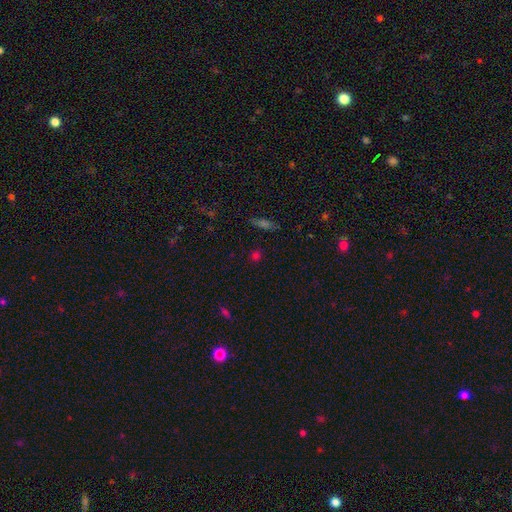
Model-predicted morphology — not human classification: Overall: smooth (61%; star or artifact 31%). How rounded: round (70%). Merging: none (85%).